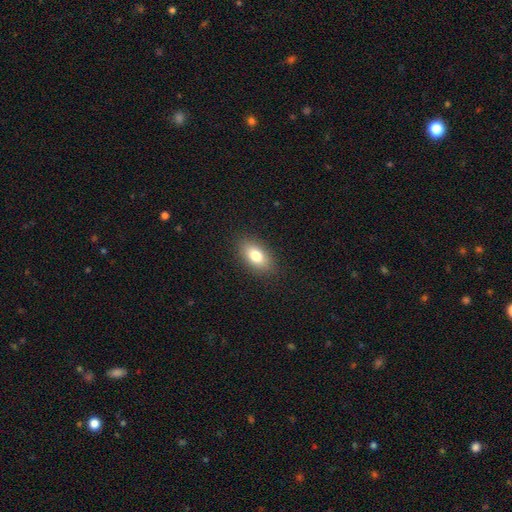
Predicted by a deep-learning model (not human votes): The model was most divided on "smooth or featured": smooth: 79%, featured or disk: 12%, star or artifact: 8%. More confident: how rounded — in between (88%); merging — none (87%).